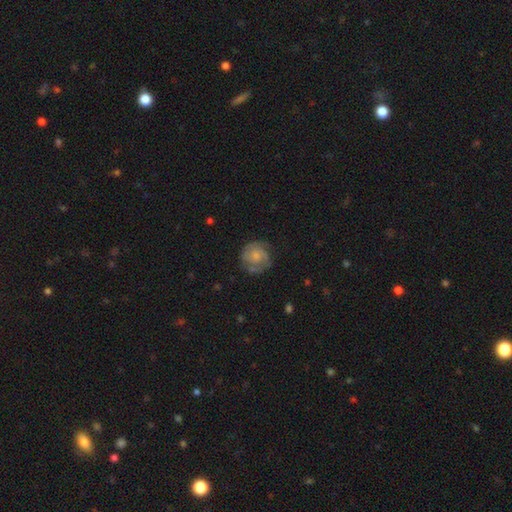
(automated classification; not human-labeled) smooth_or_featured: featured or disk (p=0.60) [alt: smooth p=0.33]
disk_edge_on: no (p=0.98) [alt: yes p=0.02]
bar: no (p=0.73) [alt: weak p=0.24]
has_spiral_arms: yes (p=0.85) [alt: no p=0.15]
bulge_size: small (p=0.37) [alt: moderate p=0.29]
merging: none (p=0.68) [alt: minor disturbance p=0.20]